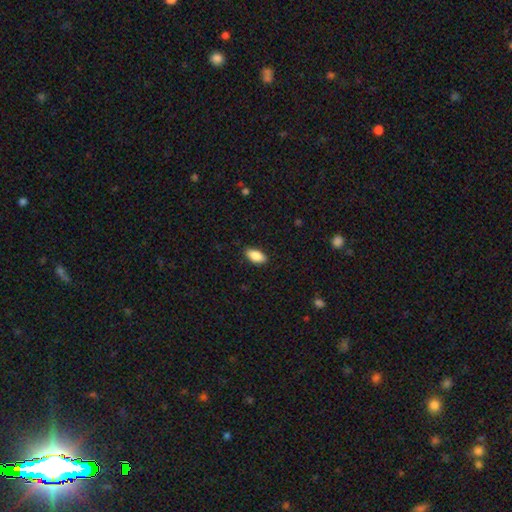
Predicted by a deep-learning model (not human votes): Overall: smooth (88%). How rounded: in between (92%). Merging: none (88%).